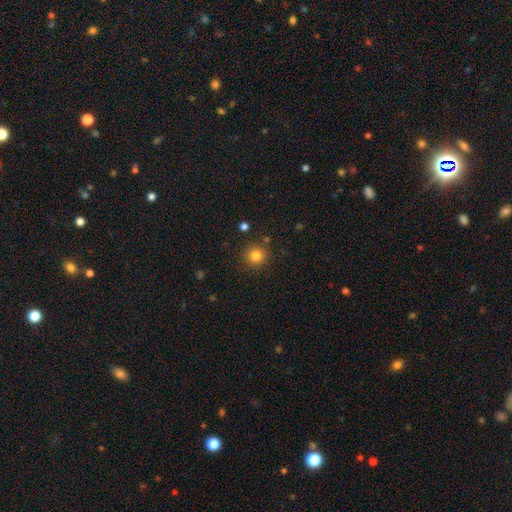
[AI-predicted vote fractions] Overall: smooth (82%). How rounded: round (94%). Merging: none (88%).